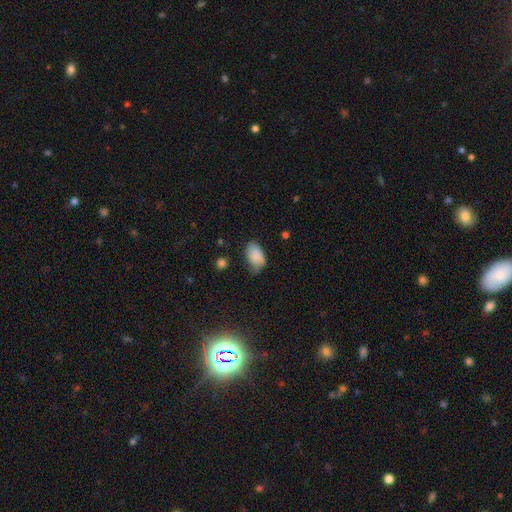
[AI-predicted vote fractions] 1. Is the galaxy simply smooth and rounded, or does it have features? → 84% smooth, 9% featured or disk, 7% star or artifact.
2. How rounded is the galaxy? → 91% in between, 8% round, 1% cigar-shaped.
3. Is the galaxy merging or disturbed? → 53% none, 36% minor disturbance, 9% major disturbance, 2% merger.